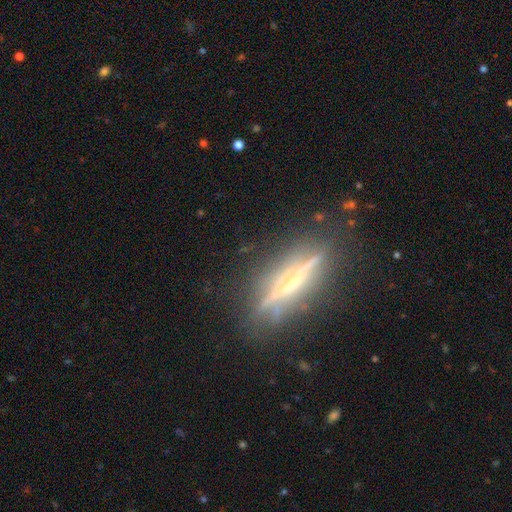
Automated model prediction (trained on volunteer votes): Overall: featured or disk (69%). Edge-on disk: yes (84%). Edge-on bulge: rounded (50%; none 37%). Merging: none (79%).